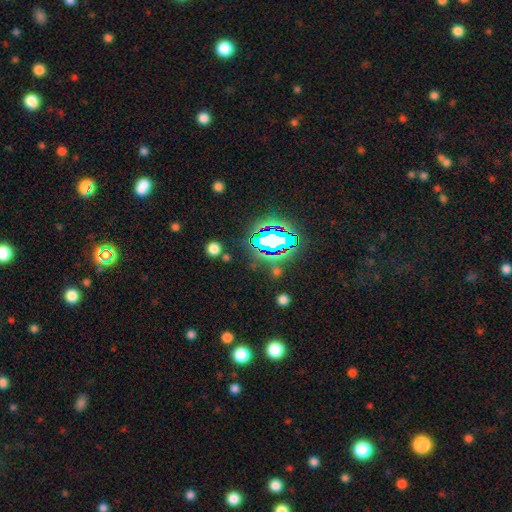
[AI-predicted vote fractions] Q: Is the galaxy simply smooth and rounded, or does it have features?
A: star or artifact — 78%.